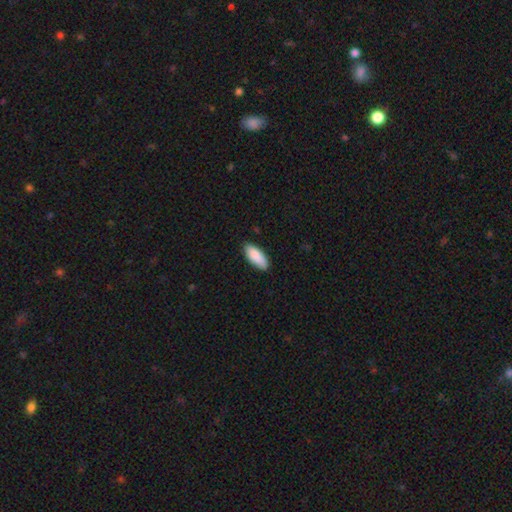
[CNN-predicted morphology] A smooth galaxy with no disk features (87%) that is in between round and cigar-shaped (83%).

Vote fractions:
- Smooth or featured? smooth: 87% / featured or disk: 7% / star or artifact: 6%
- How rounded? in between: 83% / cigar-shaped: 15% / round: 2%
- Merging? none: 83% / minor disturbance: 14% / major disturbance: 2% / merger: 1%